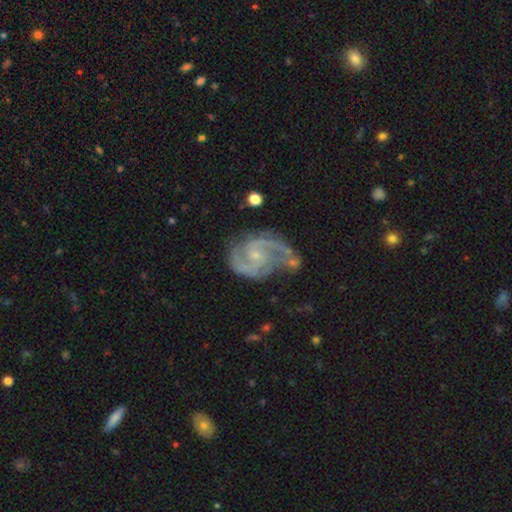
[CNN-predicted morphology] Smooth or featured? Predicted: featured or disk (p=0.90). Edge-on disk? Predicted: no (p=0.98). Bar? Predicted: no (p=0.62). Spiral arms? Predicted: yes (p=0.98). Spiral winding? Predicted: medium (p=0.56). Spiral arm count? Predicted: 2 (p=0.81). Bulge size? Predicted: small (p=0.75). Merging? Predicted: none (p=0.56).